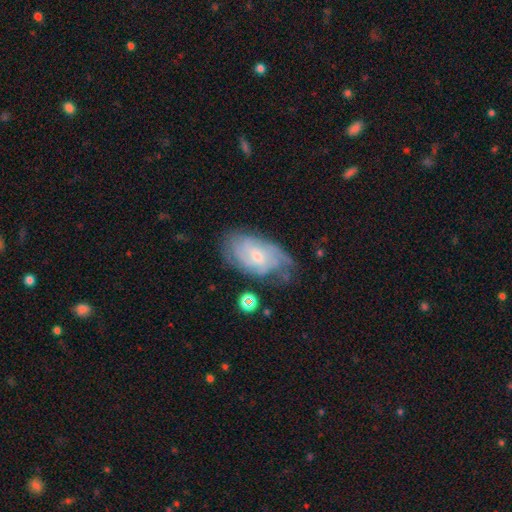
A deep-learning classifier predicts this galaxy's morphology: Q: Smooth or featured?
A: featured or disk (69%); runner-up: smooth (24%)
Q: Edge-on disk?
A: no (95%); runner-up: yes (5%)
Q: Bar?
A: no (52%); runner-up: weak (41%)
Q: Spiral arms?
A: yes (85%); runner-up: no (15%)
Q: Spiral winding?
A: tight (53%); runner-up: medium (34%)
Q: Spiral arm count?
A: can't tell (52%); runner-up: 2 (22%)
Q: Bulge size?
A: small (56%); runner-up: moderate (38%)
Q: Merging?
A: none (54%); runner-up: minor disturbance (30%)